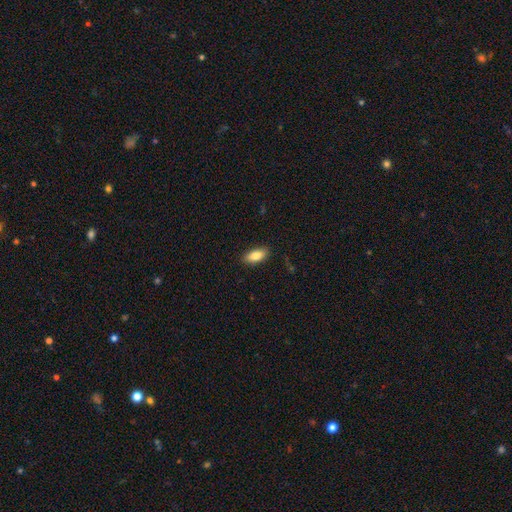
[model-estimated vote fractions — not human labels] Smooth or featured? smooth (83%)
How rounded? in between (85%)
Merging? none (88%)